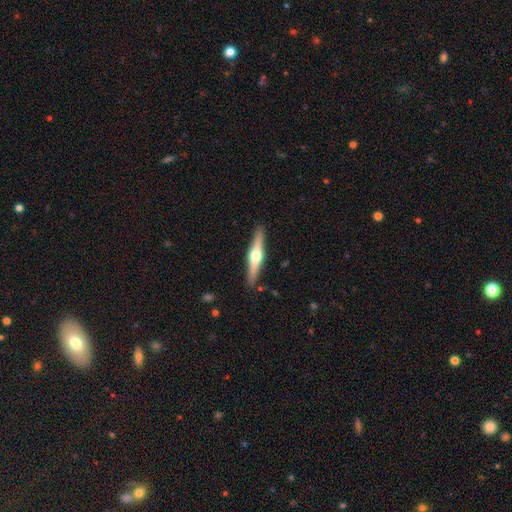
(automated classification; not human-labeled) Overall: featured or disk (68%). Edge-on disk: yes (97%). Edge-on bulge: rounded (94%). Merging: none (90%).